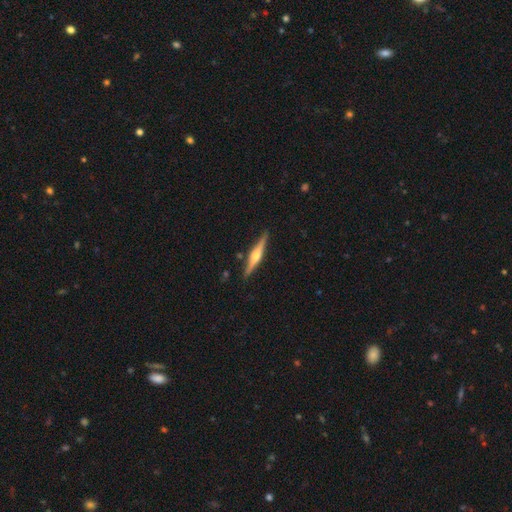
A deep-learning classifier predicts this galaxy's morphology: type=featured or disk (74%); edge-on=yes (98%); edge-on bulge=rounded (91%); merging=none (89%).